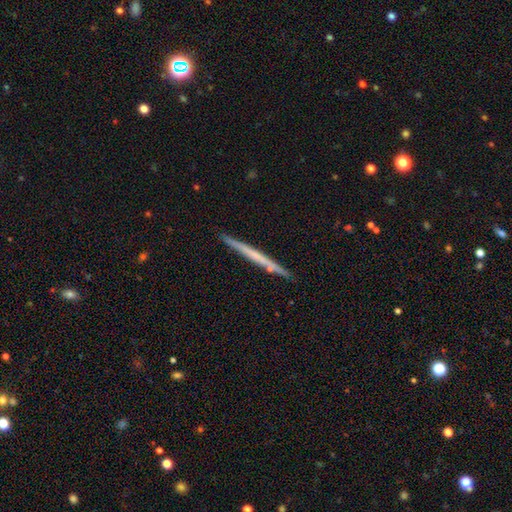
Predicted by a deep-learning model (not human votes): This appears to be a featured or disk galaxy (54%) viewed edge-on (97%) with no central bulge (86%). Merging: none (90%).